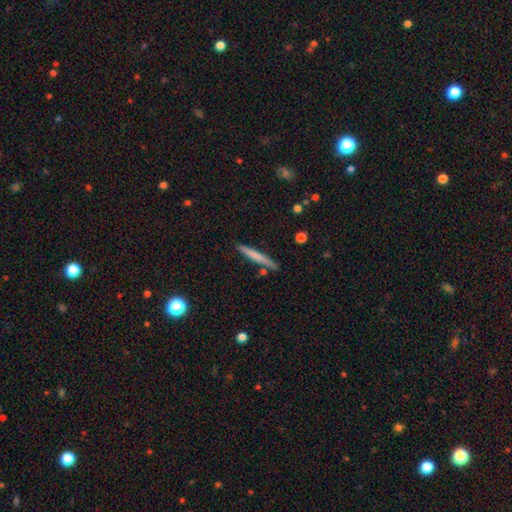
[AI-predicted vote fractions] Q: Smooth or featured?
A: smooth (64%); runner-up: featured or disk (30%)
Q: How rounded?
A: cigar-shaped (96%); runner-up: in between (3%)
Q: Merging?
A: none (86%); runner-up: minor disturbance (9%)